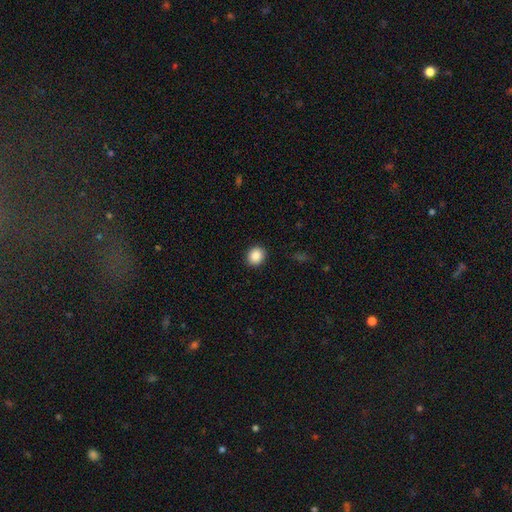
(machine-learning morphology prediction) This is clearly a smooth galaxy (87%). How rounded: clearly round (81%). Merging: clearly none (92%).